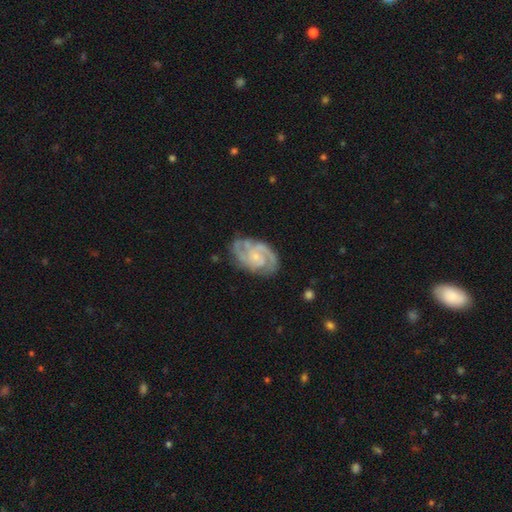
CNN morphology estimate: smooth_or_featured: featured or disk (p=0.89) [alt: smooth p=0.07]
disk_edge_on: no (p=0.98) [alt: yes p=0.02]
bar: no (p=0.62) [alt: weak p=0.32]
has_spiral_arms: yes (p=0.98) [alt: no p=0.02]
spiral_winding: tight (p=0.48) [alt: medium p=0.44]
spiral_arm_count: 2 (p=0.61) [alt: 3 p=0.22]
bulge_size: small (p=0.69) [alt: moderate p=0.20]
merging: none (p=0.76) [alt: minor disturbance p=0.17]